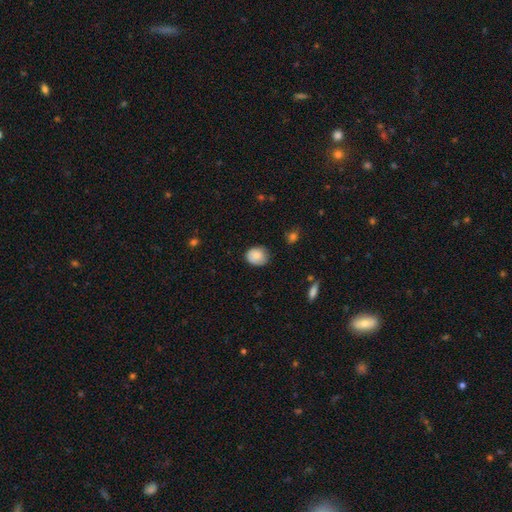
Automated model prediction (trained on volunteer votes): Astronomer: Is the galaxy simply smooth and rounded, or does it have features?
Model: smooth — 82%.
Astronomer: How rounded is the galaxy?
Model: round — 63%.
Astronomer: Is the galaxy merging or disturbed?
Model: none — 71%.